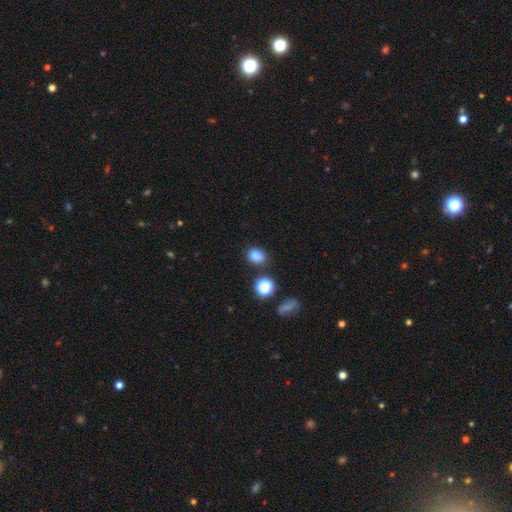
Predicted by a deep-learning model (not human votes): A smooth galaxy with no disk features (80%) that is in between round and cigar-shaped (51%).

Vote fractions:
- Smooth or featured? smooth: 80% / star or artifact: 14% / featured or disk: 5%
- How rounded? in between: 51% / round: 48% / cigar-shaped: 1%
- Merging? none: 77% / minor disturbance: 13% / merger: 7% / major disturbance: 4%